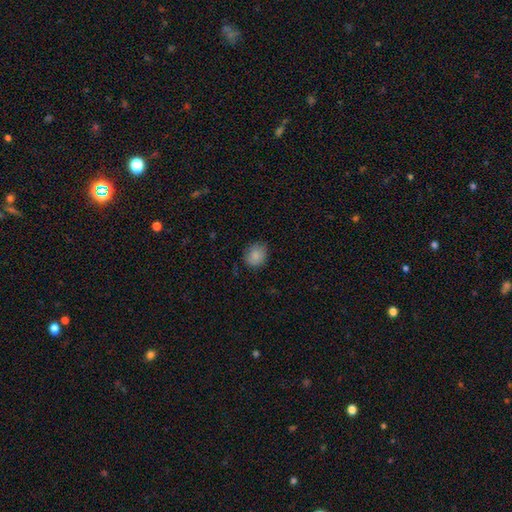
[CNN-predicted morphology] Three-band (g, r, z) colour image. It shows a smooth galaxy with no disk features (86%) that is round (66%). Merging: none (78%).